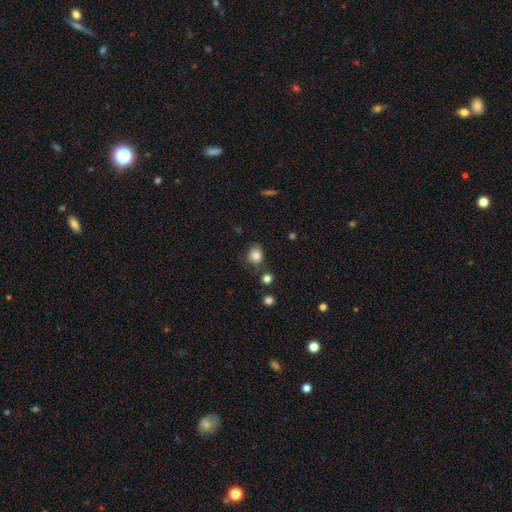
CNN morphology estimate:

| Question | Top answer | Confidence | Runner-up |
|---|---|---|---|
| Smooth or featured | smooth | 83% | star or artifact (11%) |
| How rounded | round | 73% | in between (26%) |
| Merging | none | 72% | minor disturbance (18%) |